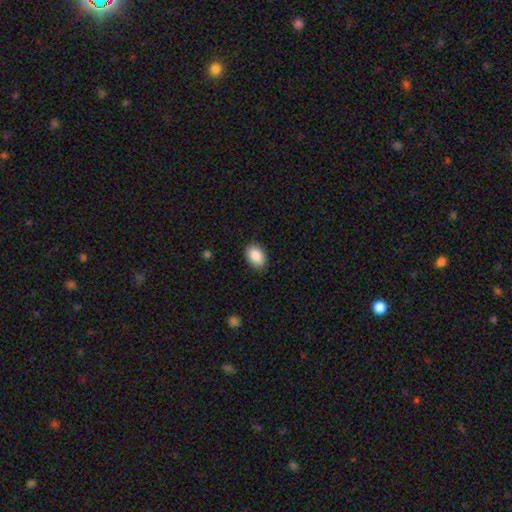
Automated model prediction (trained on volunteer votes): A smooth galaxy with no disk features (89%) that is in between round and cigar-shaped (89%). Merging: none (87%).